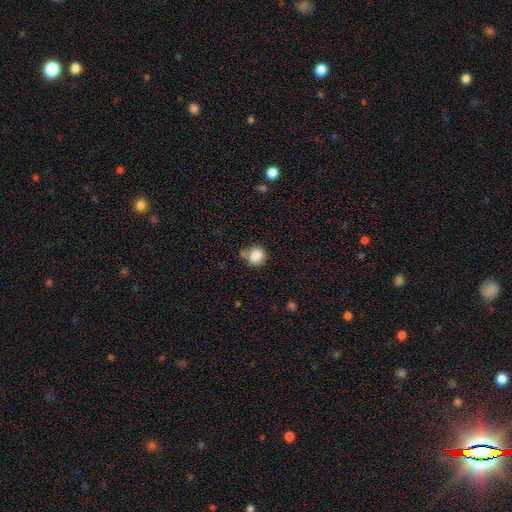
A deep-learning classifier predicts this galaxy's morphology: smooth-or-featured: smooth: 85% | star or artifact: 9% | featured or disk: 5%
  how-rounded: round: 81% | in between: 18% | cigar-shaped: 1%
  merging: none: 64% | minor disturbance: 17% | merger: 14% | major disturbance: 5%